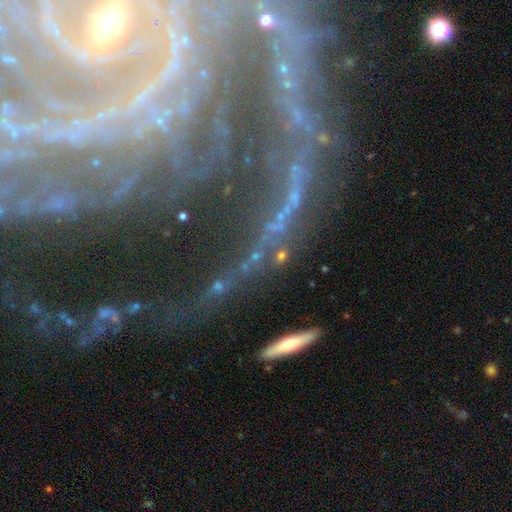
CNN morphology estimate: This appears to be a featured or disk galaxy (62%). Merging: none (66%).